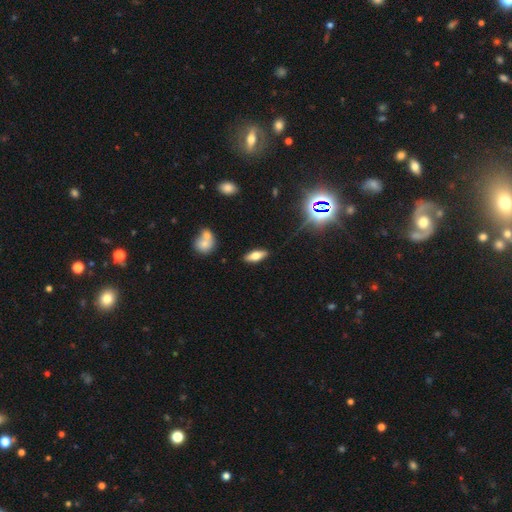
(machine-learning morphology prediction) This appears to be a smooth galaxy with no disk features (60%) that is in between round and cigar-shaped (68%). Merging: none (86%).